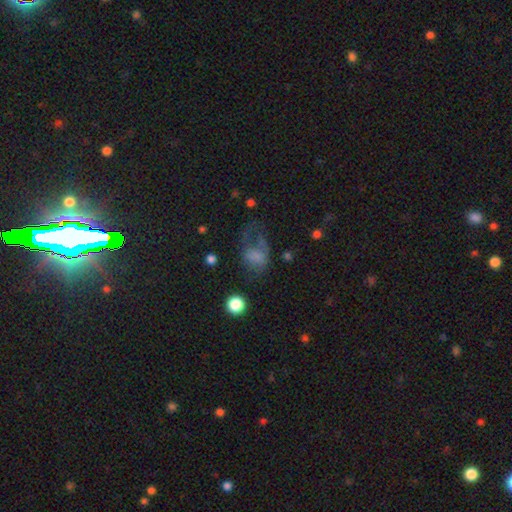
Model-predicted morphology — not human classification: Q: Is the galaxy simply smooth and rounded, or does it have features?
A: smooth — 60%.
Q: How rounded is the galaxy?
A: in between — 64%.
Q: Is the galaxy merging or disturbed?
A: major disturbance — 52%.